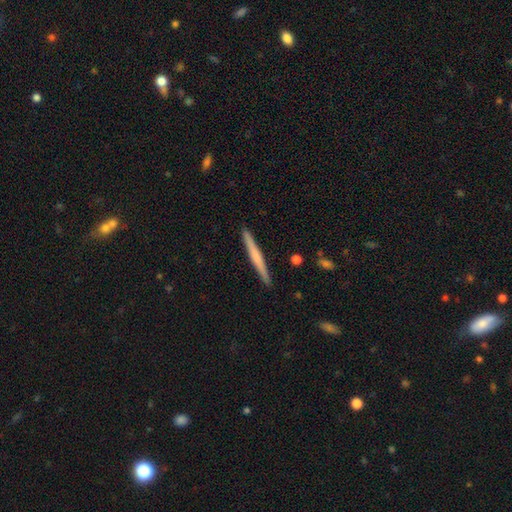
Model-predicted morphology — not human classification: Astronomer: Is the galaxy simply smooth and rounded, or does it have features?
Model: smooth — 48% (runner-up: featured or disk, 46%).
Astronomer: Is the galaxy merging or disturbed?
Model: none — 92%.